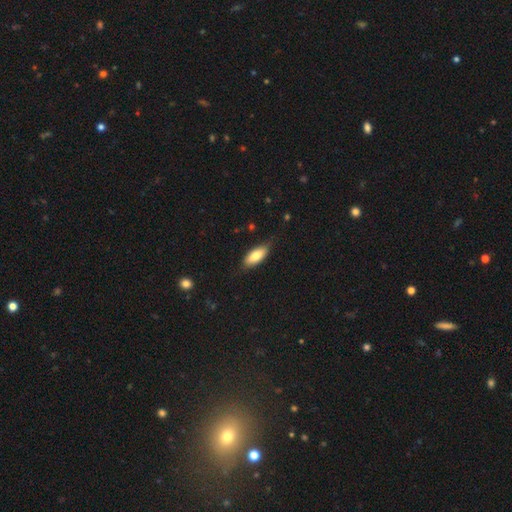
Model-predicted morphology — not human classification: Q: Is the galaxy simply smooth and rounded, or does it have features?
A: smooth — 78%.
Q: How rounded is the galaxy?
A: in between — 80%.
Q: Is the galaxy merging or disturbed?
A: none — 75%.